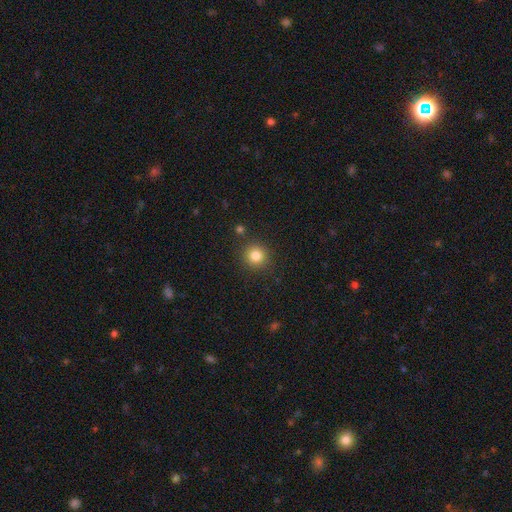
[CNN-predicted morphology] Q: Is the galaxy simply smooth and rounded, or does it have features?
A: smooth — 83%.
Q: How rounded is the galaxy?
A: round — 92%.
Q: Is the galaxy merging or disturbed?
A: none — 87%.